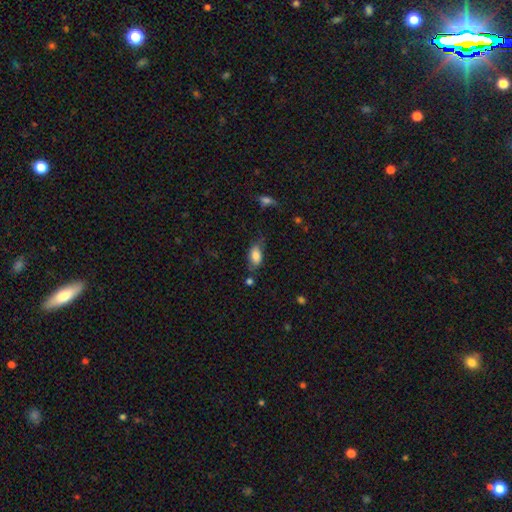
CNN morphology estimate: The model was most divided on "merging": none: 60%, minor disturbance: 27%, major disturbance: 8%, merger: 5%. More confident: how rounded — in between (90%); smooth or featured — smooth (79%).